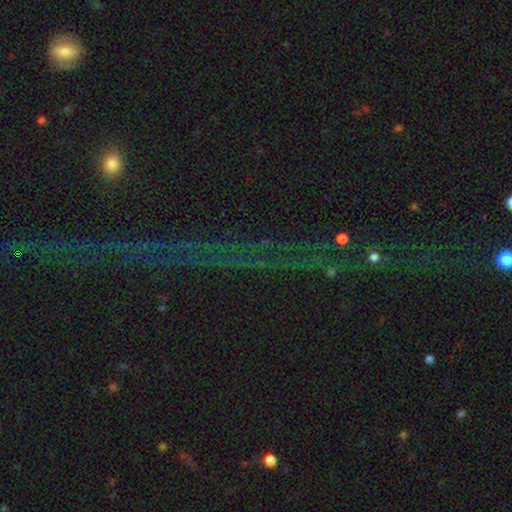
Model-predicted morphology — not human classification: Q: Smooth or featured?
A: star or artifact (77%); runner-up: featured or disk (12%)